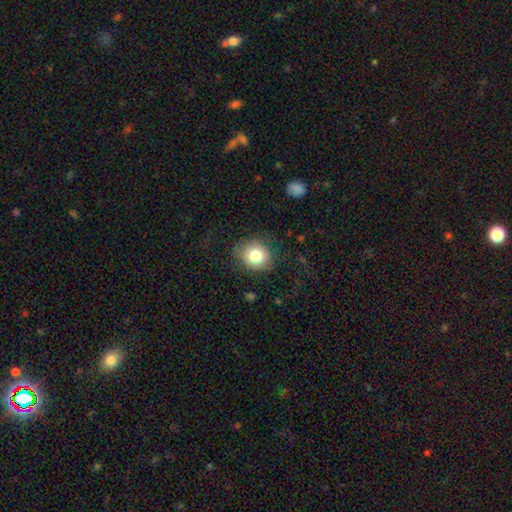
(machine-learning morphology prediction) Smooth or featured? Predicted: smooth (p=0.80). How rounded? Predicted: round (p=0.77). Merging? Predicted: none (p=0.82).